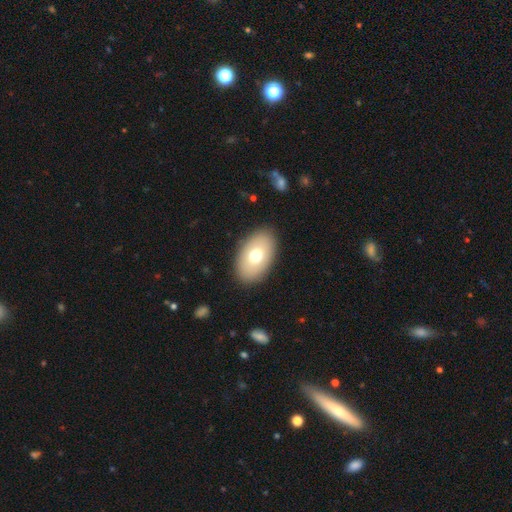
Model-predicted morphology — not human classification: type=smooth (71%); roundness=in between (91%); merging=none (89%).